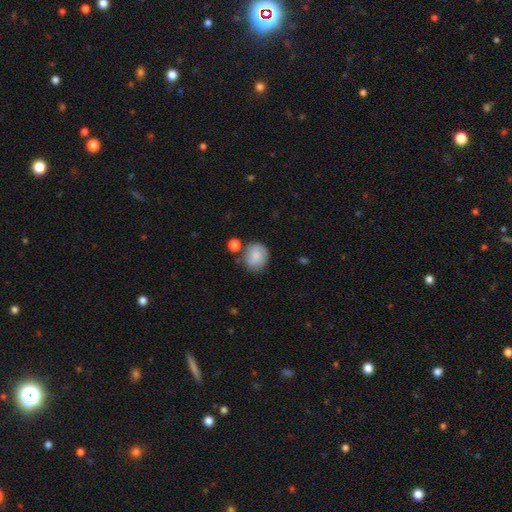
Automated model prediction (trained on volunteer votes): This is clearly a smooth galaxy (82%). How rounded: likely round (75%). Merging: likely none (65%).